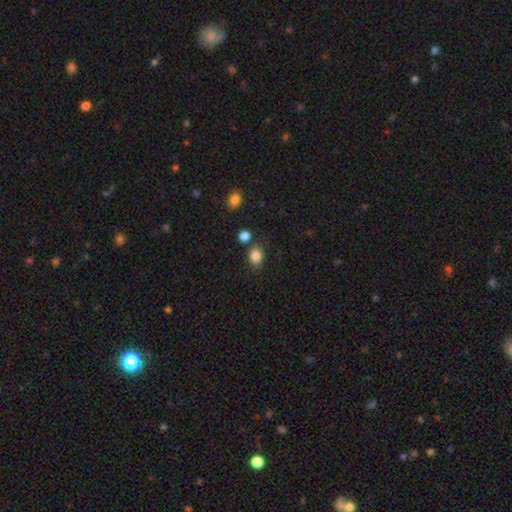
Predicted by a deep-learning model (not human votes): Overall: smooth (85%). How rounded: in between (53%; round 46%). Merging: none (77%).